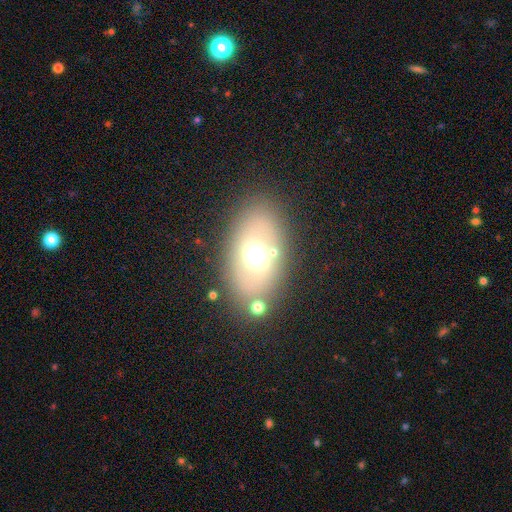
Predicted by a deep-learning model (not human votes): Smooth or featured? smooth (53%)
How rounded? in between (80%)
Merging? none (76%)